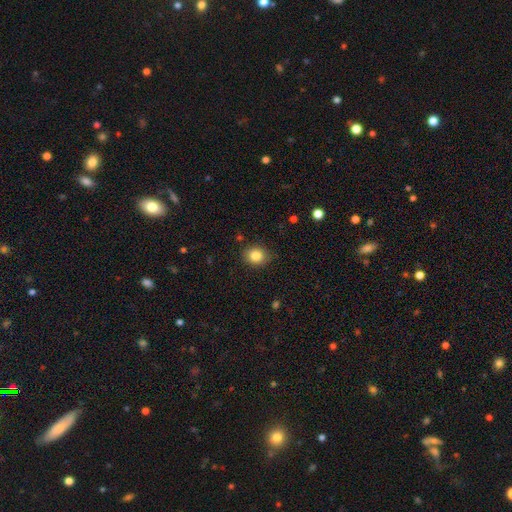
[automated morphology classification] Smooth or featured? Predicted: smooth (p=0.83). How rounded? Predicted: round (p=0.71). Merging? Predicted: none (p=0.84).